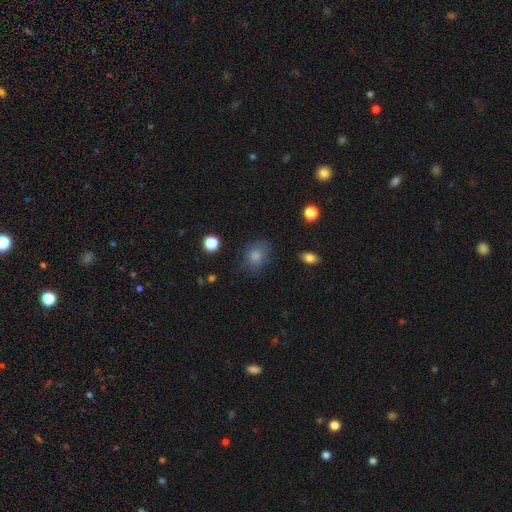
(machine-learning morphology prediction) Smooth or featured? smooth (82%)
How rounded? round (59%)
Merging? none (73%)